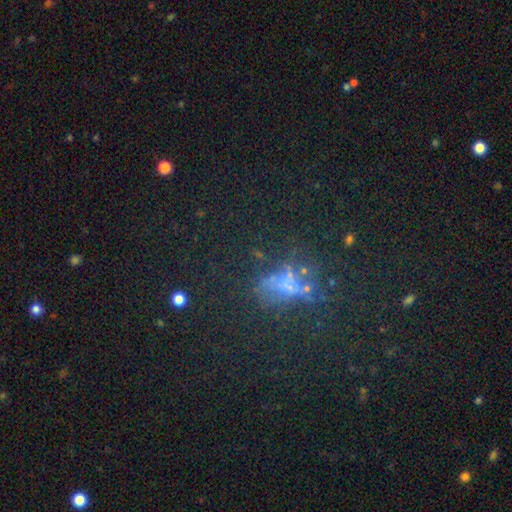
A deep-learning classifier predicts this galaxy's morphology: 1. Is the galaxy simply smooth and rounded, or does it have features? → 47% star or artifact, 30% smooth, 23% featured or disk.